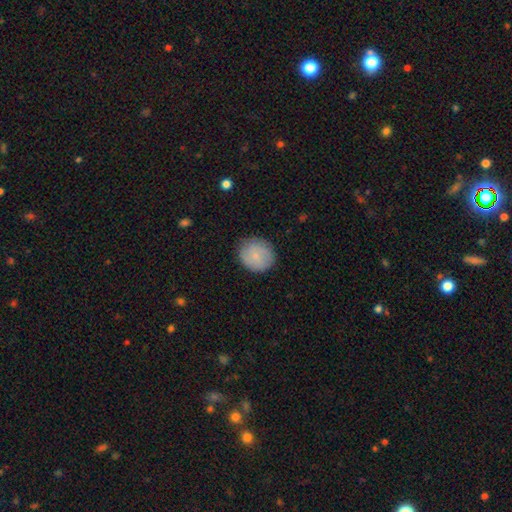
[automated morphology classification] smooth 71%, featured or disk 21%, star or artifact 7%. Down the decision tree: how rounded — round (83%); merging — none (83%).